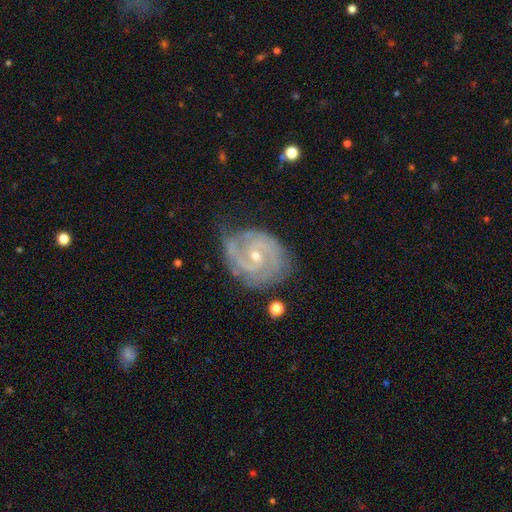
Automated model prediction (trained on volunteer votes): Smooth or featured?
  - featured or disk: 89% *
  - smooth: 6%
  - star or artifact: 5%
Edge-on disk?
  - no: 98% *
  - yes: 2%
Bar?
  - no: 50% *
  - weak: 41%
  - strong: 9%
Spiral arms?
  - yes: 97% *
  - no: 3%
Spiral winding?
  - tight: 60% *
  - medium: 34%
  - loose: 6%
Spiral arm count?
  - 2: 68% *
  - 3: 14%
  - can't tell: 10%
  - 4: 3%
  - 1: 3%
  - more than 4: 3%
Bulge size?
  - small: 60% *
  - moderate: 37%
  - none: 1%
  - large: 1%
  - dominant: 1%
Merging?
  - none: 66% *
  - minor disturbance: 24%
  - major disturbance: 8%
  - merger: 2%